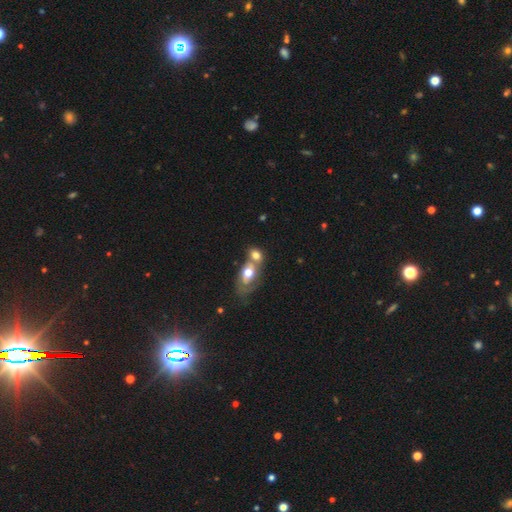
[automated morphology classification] Q: Smooth or featured?
A: smooth (56%); runner-up: featured or disk (35%)
Q: How rounded?
A: in between (75%); runner-up: round (22%)
Q: Merging?
A: merger (68%); runner-up: none (18%)